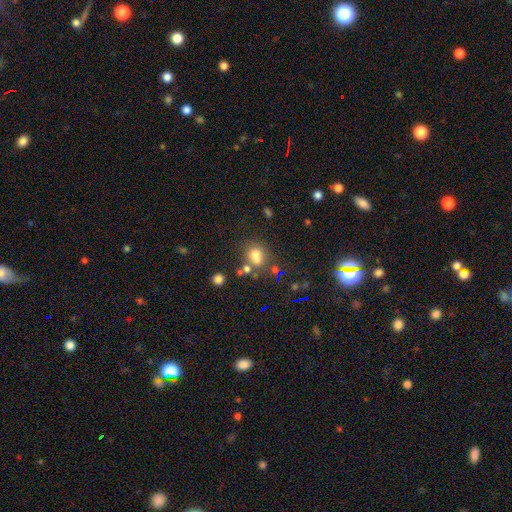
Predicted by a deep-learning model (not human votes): This is likely a smooth galaxy (69%). How rounded: likely round (60%). Merging: possibly none (46%).